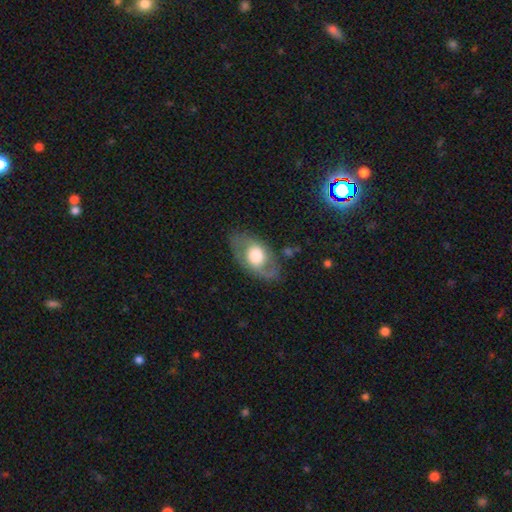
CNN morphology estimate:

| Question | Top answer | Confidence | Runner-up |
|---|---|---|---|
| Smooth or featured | featured or disk | 56% | smooth (39%) |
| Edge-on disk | no | 90% | yes (10%) |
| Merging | none | 74% | minor disturbance (16%) |